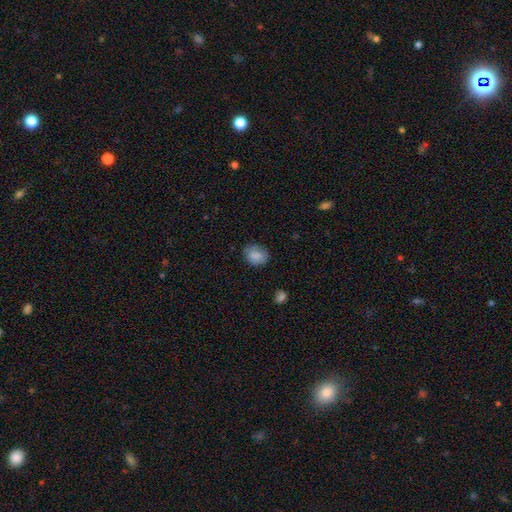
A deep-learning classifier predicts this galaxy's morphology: This is clearly a smooth galaxy (83%). How rounded: possibly in between (53%). Merging: likely none (77%).